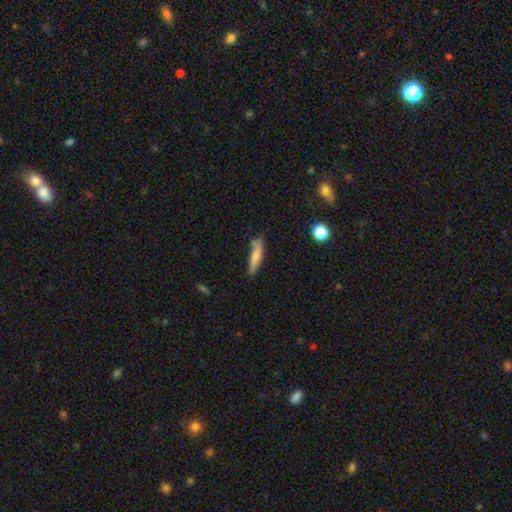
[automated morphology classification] type=smooth (75%); roundness=cigar-shaped (76%); merging=none (56%).